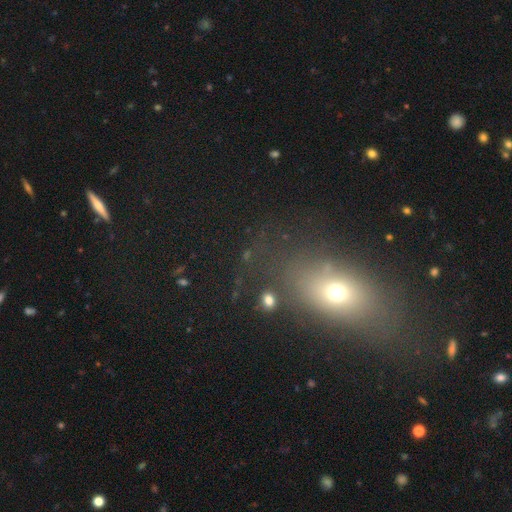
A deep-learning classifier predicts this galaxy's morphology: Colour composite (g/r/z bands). It shows a smooth galaxy with no disk features (55%) that is in between round and cigar-shaped (58%). Merging: none (71%).